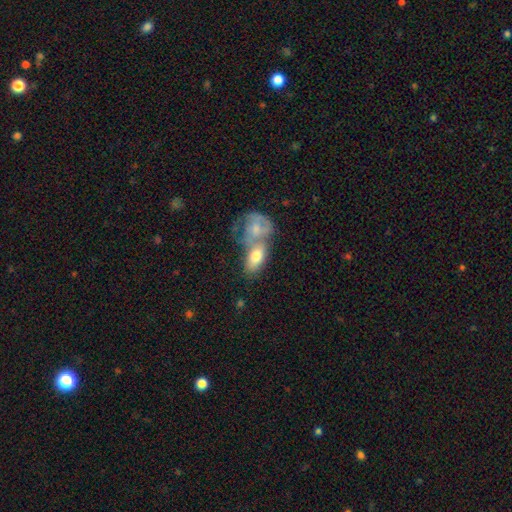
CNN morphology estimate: smooth-or-featured: smooth: 65% | featured or disk: 29% | star or artifact: 6%
  how-rounded: in between: 84% | round: 10% | cigar-shaped: 5%
  merging: merger: 62% | none: 22% | minor disturbance: 10% | major disturbance: 6%